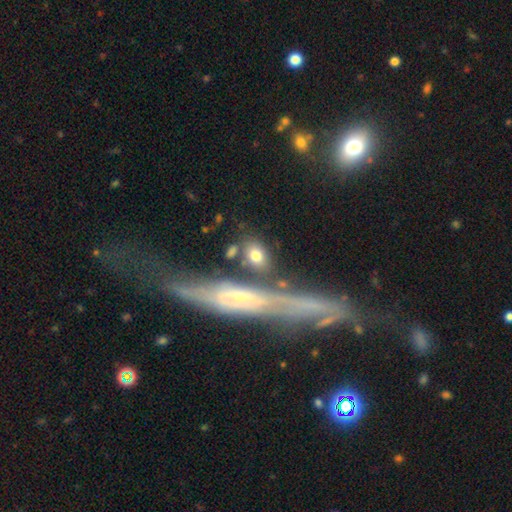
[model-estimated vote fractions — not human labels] A smooth galaxy with no disk features (76%) that is in between round and cigar-shaped (72%).

Vote fractions:
- Smooth or featured? smooth: 76% / featured or disk: 16% / star or artifact: 8%
- How rounded? in between: 72% / round: 20% / cigar-shaped: 8%
- Merging? none: 70% / minor disturbance: 14% / merger: 11% / major disturbance: 5%